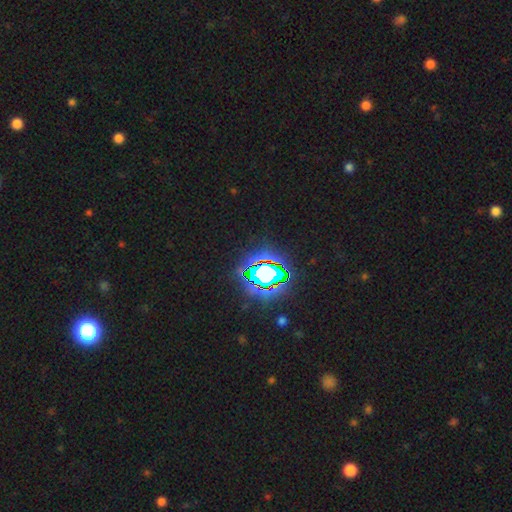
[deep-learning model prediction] Smooth or featured? star or artifact (84%)